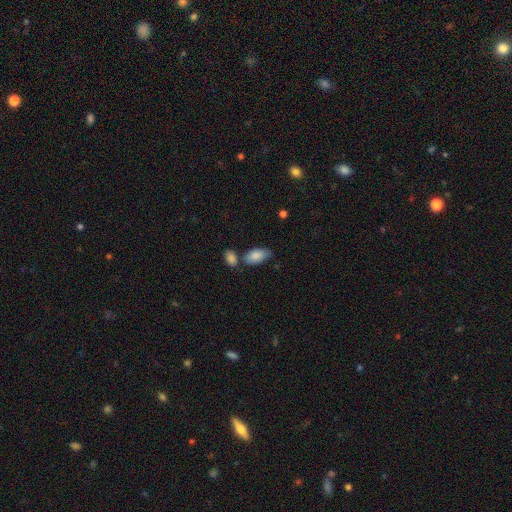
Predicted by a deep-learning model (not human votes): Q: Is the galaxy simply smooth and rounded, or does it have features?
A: smooth — 85%.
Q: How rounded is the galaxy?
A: in between — 94%.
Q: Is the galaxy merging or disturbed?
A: none — 57%.